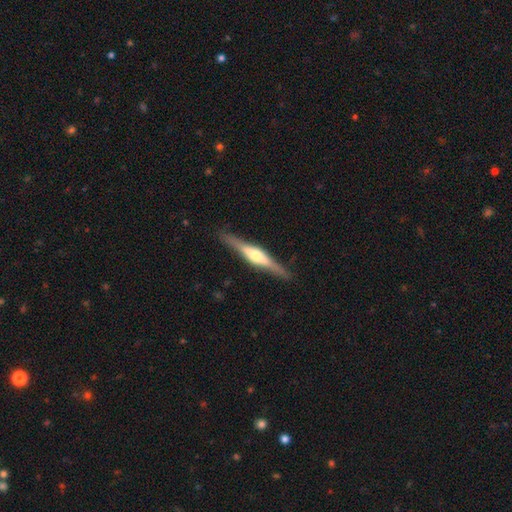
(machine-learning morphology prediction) A featured or disk galaxy (75%) viewed edge-on (97%) with a rounded central bulge (86%).

Vote fractions:
- Smooth or featured? featured or disk: 75% / smooth: 20% / star or artifact: 5%
- Edge-on disk? yes: 97% / no: 3%
- Edge-on bulge? rounded: 86% / boxy: 10% / none: 4%
- Merging? none: 89% / minor disturbance: 8% / major disturbance: 2% / merger: 1%